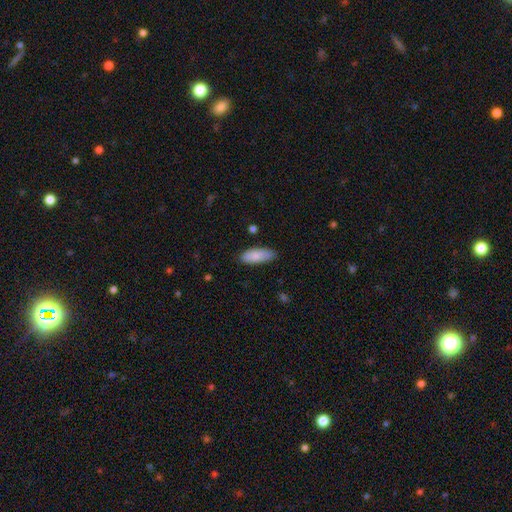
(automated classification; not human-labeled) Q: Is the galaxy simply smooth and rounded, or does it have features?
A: smooth — 84%.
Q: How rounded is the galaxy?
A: in between — 77%.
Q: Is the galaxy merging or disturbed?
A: none — 80%.